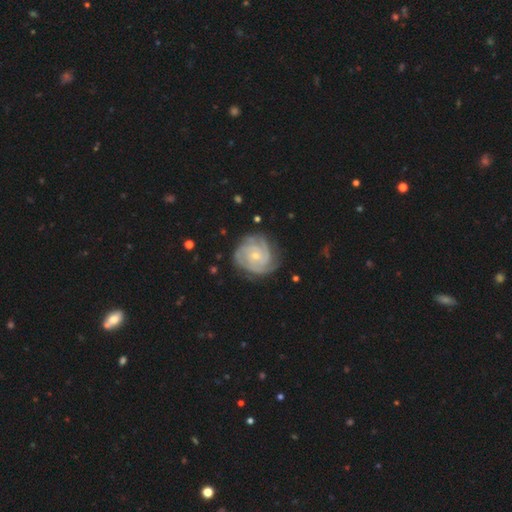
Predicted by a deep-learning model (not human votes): smooth_or_featured: featured or disk (p=0.86) [alt: smooth p=0.09]
disk_edge_on: no (p=0.98) [alt: yes p=0.02]
bar: no (p=0.73) [alt: weak p=0.23]
has_spiral_arms: yes (p=0.97) [alt: no p=0.03]
spiral_winding: tight (p=0.74) [alt: medium p=0.23]
spiral_arm_count: 3 (p=0.35) [alt: can't tell p=0.22]
bulge_size: small (p=0.70) [alt: moderate p=0.26]
merging: none (p=0.74) [alt: minor disturbance p=0.19]